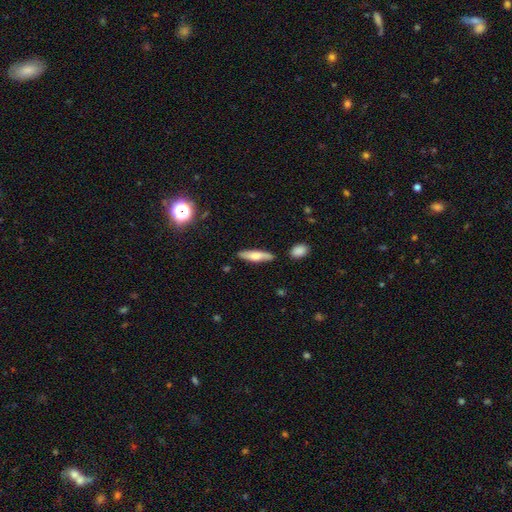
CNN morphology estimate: Smooth or featured?
  - smooth: 63% *
  - featured or disk: 30%
  - star or artifact: 7%
How rounded?
  - cigar-shaped: 67% *
  - in between: 31%
  - round: 2%
Merging?
  - none: 81% *
  - minor disturbance: 13%
  - merger: 4%
  - major disturbance: 2%